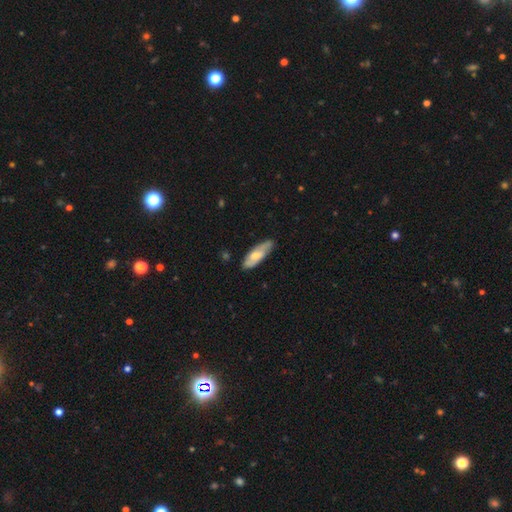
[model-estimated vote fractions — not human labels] A smooth galaxy with no disk features (60%) that is in between round and cigar-shaped (61%). Merging: none (71%).